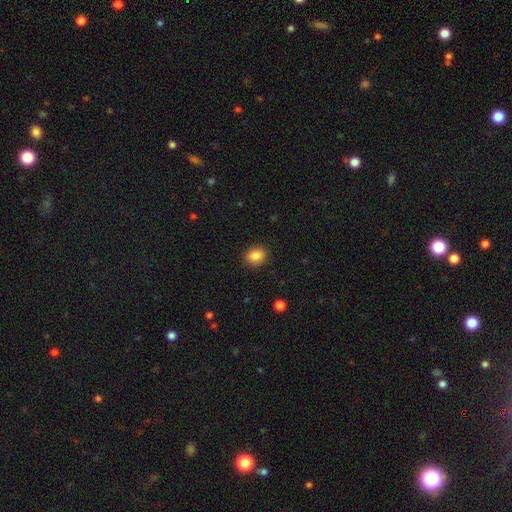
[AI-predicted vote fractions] Overall: smooth (86%). How rounded: round (58%; in between 41%). Merging: none (89%).